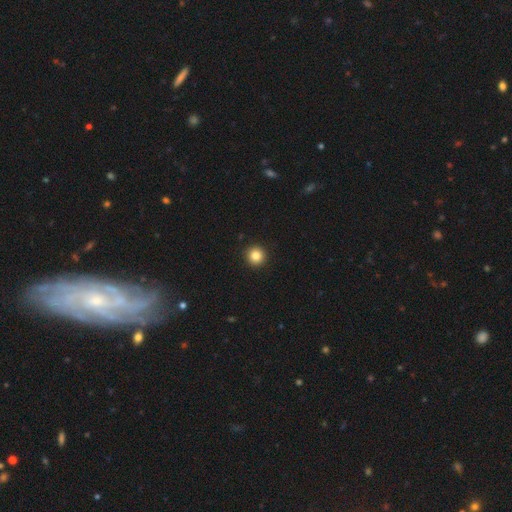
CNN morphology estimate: This is clearly a smooth galaxy (84%). How rounded: clearly round (96%). Merging: clearly none (94%).